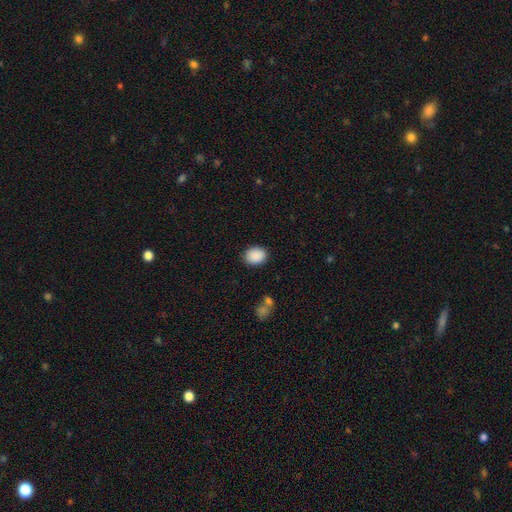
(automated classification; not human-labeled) A smooth galaxy with no disk features (90%) that is in between round and cigar-shaped (61%).

Vote fractions:
- Smooth or featured? smooth: 90% / star or artifact: 7% / featured or disk: 3%
- How rounded? in between: 61% / round: 38% / cigar-shaped: 1%
- Merging? none: 87% / minor disturbance: 9% / major disturbance: 3% / merger: 2%